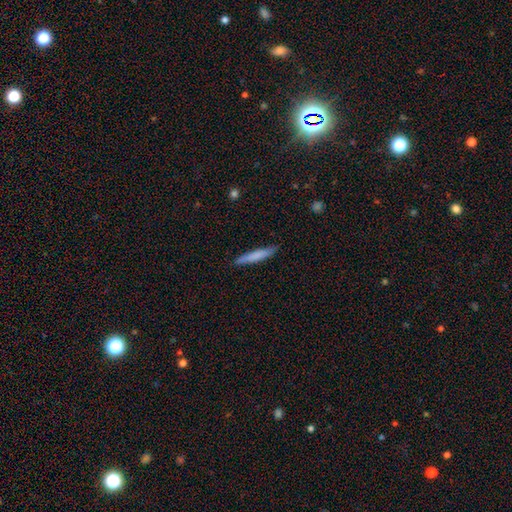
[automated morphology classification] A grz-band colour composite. It shows a smooth galaxy with no disk features (72%) that is cigar-shaped (94%). Merging: none (87%).